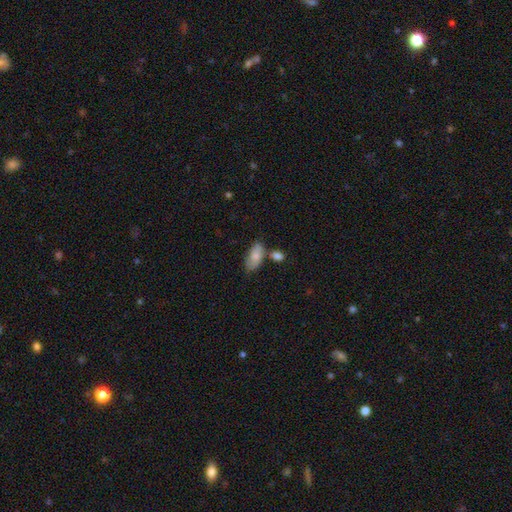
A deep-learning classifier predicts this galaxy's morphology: Q: Smooth or featured?
A: smooth (75%); runner-up: featured or disk (18%)
Q: How rounded?
A: in between (90%); runner-up: cigar-shaped (6%)
Q: Merging?
A: none (53%); runner-up: minor disturbance (22%)